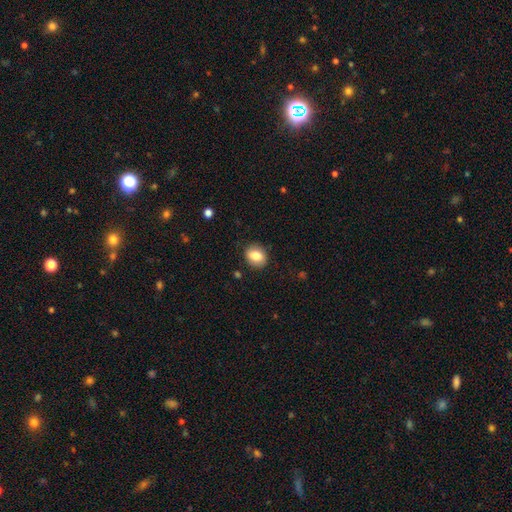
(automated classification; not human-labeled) Smooth or featured? smooth (83%)
How rounded? round (50%)
Merging? none (85%)